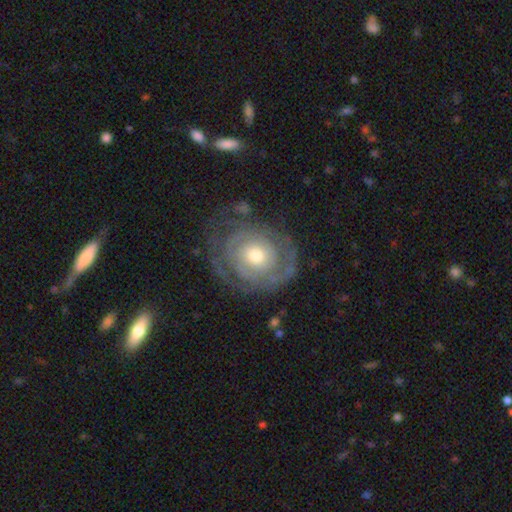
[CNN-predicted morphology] type=featured or disk (79%); edge-on=no (97%); bar=no (81%); spiral arms=yes (83%); winding=tight (73%); arm count=can't tell (40%); bulge=moderate (62%); merging=none (70%).